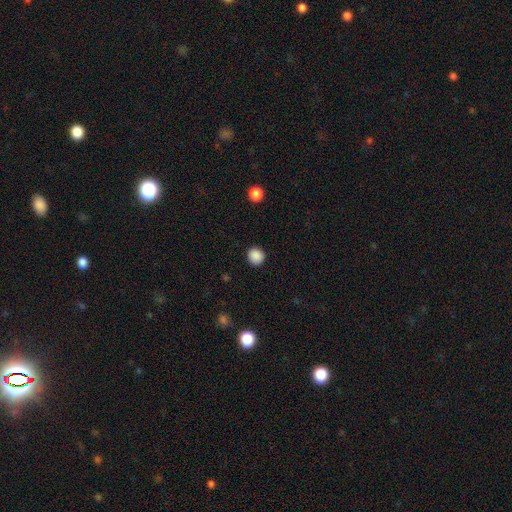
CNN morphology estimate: smooth_or_featured: smooth (p=0.88) [alt: star or artifact p=0.10]
how_rounded: round (p=0.89) [alt: in between p=0.10]
merging: none (p=0.90) [alt: minor disturbance p=0.06]